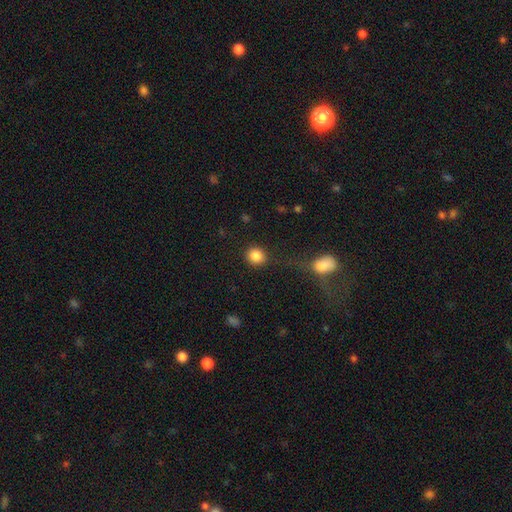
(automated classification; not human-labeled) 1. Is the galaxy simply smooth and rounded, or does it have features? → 86% smooth, 10% star or artifact, 4% featured or disk.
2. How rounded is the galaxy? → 85% round, 14% in between, 1% cigar-shaped.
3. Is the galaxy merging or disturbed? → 84% none, 9% minor disturbance, 4% major disturbance, 3% merger.